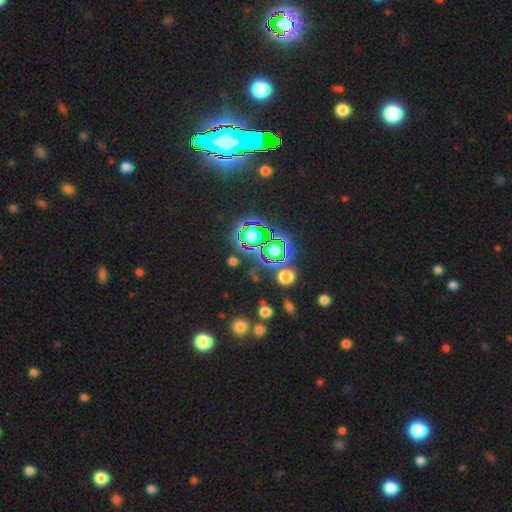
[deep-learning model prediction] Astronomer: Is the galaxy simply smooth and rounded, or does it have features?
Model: star or artifact — 81%.